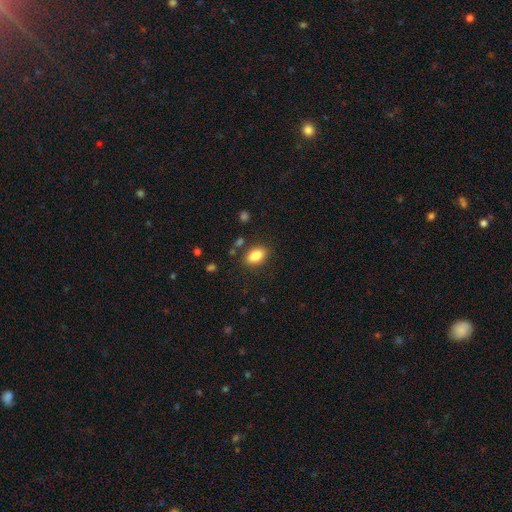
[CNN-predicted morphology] smooth-or-featured: smooth: 85% | star or artifact: 8% | featured or disk: 7%
  how-rounded: in between: 87% | round: 11% | cigar-shaped: 2%
  merging: none: 84% | minor disturbance: 11% | major disturbance: 3% | merger: 3%